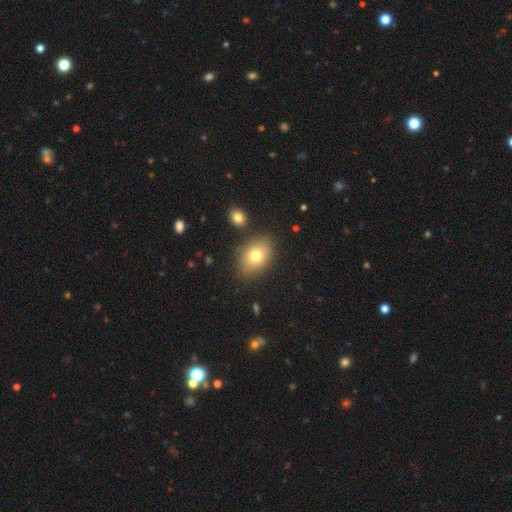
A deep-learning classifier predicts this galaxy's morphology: Smooth or featured?
  - smooth: 75% *
  - featured or disk: 15%
  - star or artifact: 10%
How rounded?
  - in between: 77% *
  - round: 22%
  - cigar-shaped: 1%
Merging?
  - none: 81% *
  - minor disturbance: 11%
  - merger: 4%
  - major disturbance: 3%